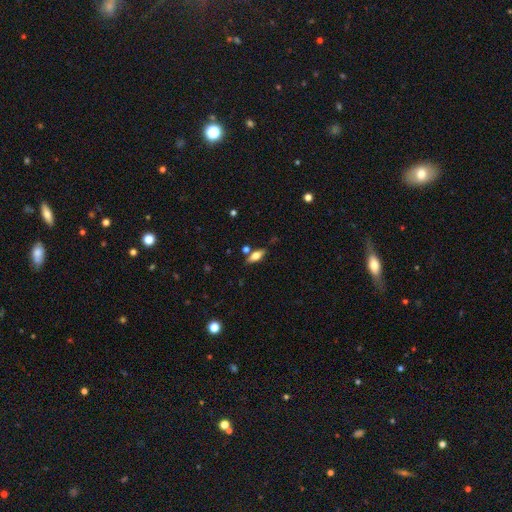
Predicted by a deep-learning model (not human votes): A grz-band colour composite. It shows a smooth galaxy with no disk features (63%) that is in between round and cigar-shaped (77%). Merging: none (74%).